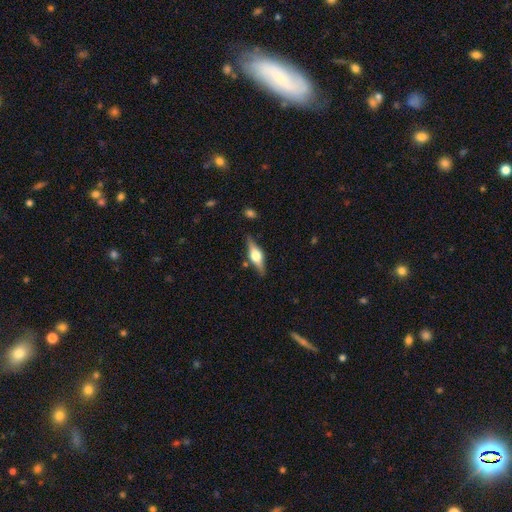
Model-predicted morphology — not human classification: This appears to be a featured or disk galaxy (68%) viewed edge-on (96%) with a rounded central bulge (93%). Merging: none (84%).